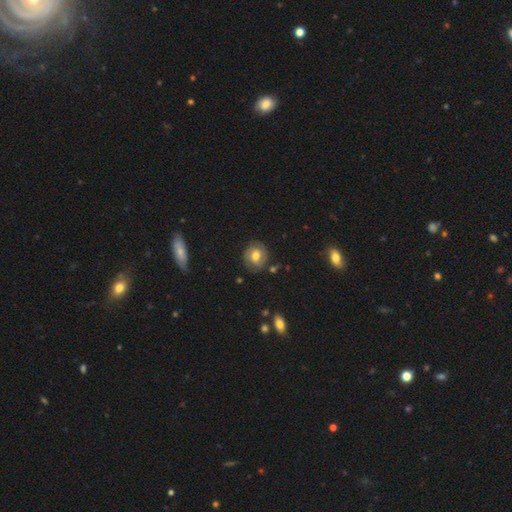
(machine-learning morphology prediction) Smooth or featured? Predicted: featured or disk (p=0.54). Edge-on disk? Predicted: no (p=0.96). Bar? Predicted: no (p=0.53). Spiral arms? Predicted: yes (p=0.78). Bulge size? Predicted: moderate (p=0.71). Merging? Predicted: none (p=0.78).